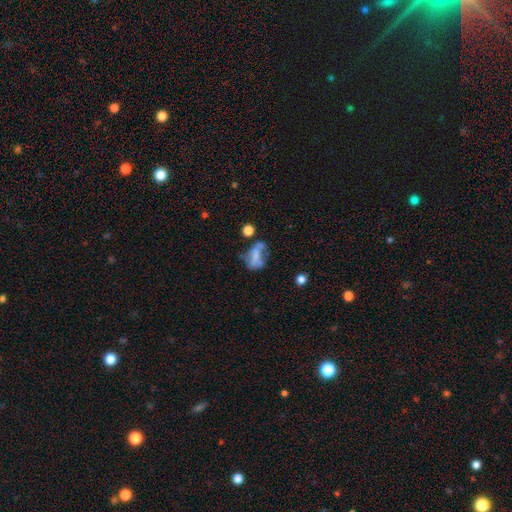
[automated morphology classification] Overall: smooth (46%; featured or disk 40%). Merging: major disturbance (33%; none 28%).